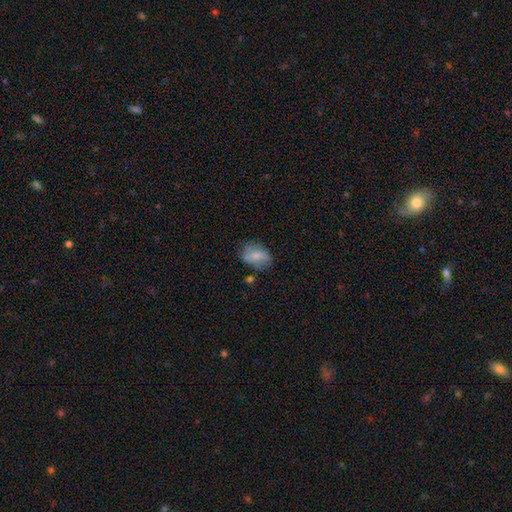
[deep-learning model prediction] smooth_or_featured: smooth (p=0.63) [alt: featured or disk p=0.28]
how_rounded: in between (p=0.75) [alt: round p=0.23]
merging: none (p=0.55) [alt: minor disturbance p=0.26]